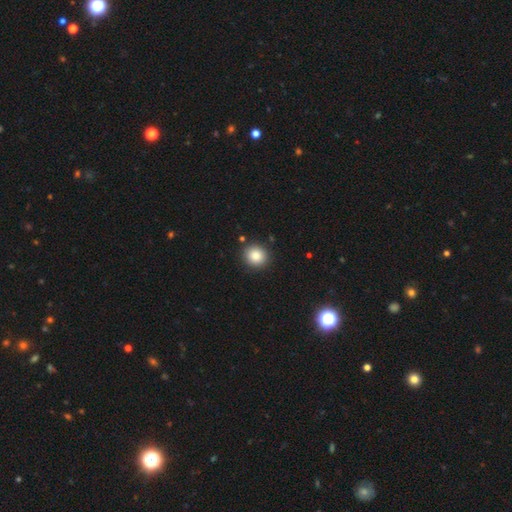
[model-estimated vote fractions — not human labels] This is clearly a smooth galaxy (86%). How rounded: clearly round (84%). Merging: clearly none (89%).